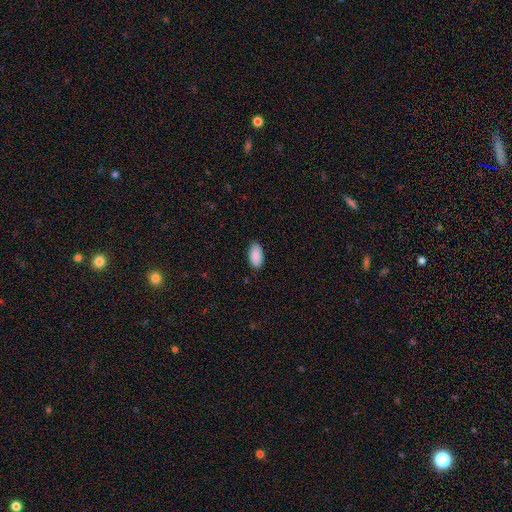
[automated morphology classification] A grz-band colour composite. It shows a smooth galaxy with no disk features (90%) that is in between round and cigar-shaped (95%). Merging: none (86%).